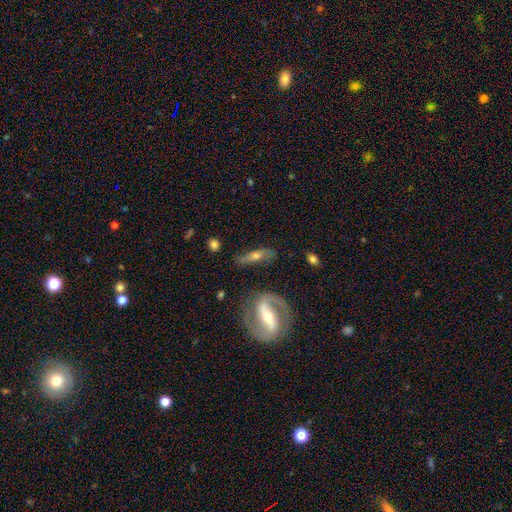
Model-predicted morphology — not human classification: Q: Smooth or featured?
A: featured or disk (68%); runner-up: smooth (24%)
Q: Edge-on disk?
A: no (57%); runner-up: yes (43%)
Q: Merging?
A: none (73%); runner-up: minor disturbance (16%)